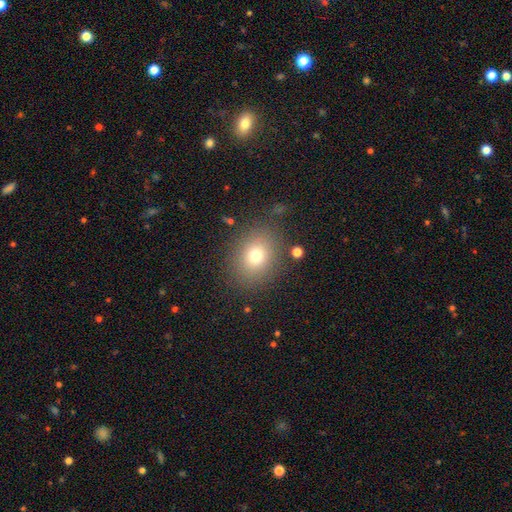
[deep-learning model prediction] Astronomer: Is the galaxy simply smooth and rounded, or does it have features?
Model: smooth — 75%.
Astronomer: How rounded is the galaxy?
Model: round — 61% (runner-up: in between, 38%).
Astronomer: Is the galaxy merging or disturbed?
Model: none — 84%.